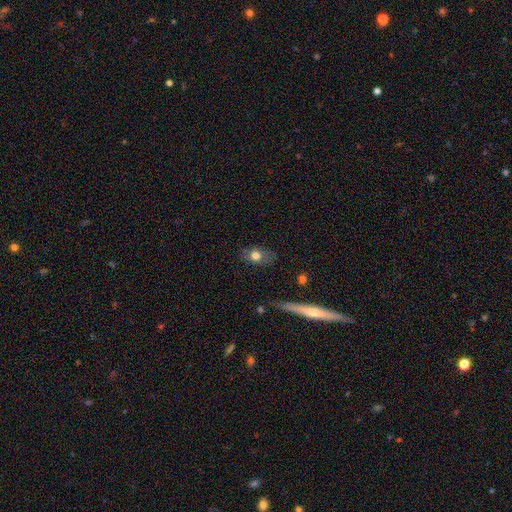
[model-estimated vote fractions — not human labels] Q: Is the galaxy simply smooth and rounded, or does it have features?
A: smooth — 71%.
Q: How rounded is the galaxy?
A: in between — 69%.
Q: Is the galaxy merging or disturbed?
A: none — 76%.